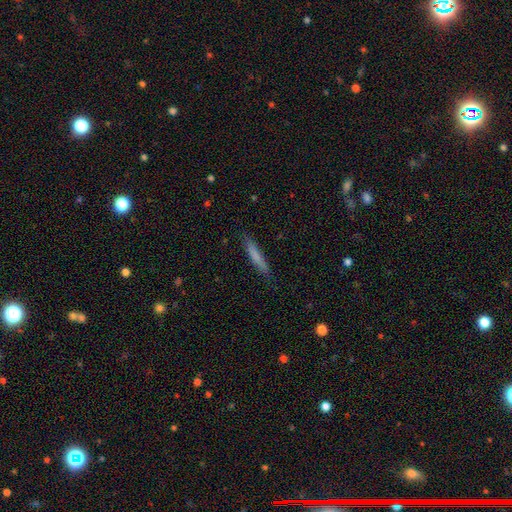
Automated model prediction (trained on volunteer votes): Smooth or featured?
  - smooth: 73% *
  - featured or disk: 21%
  - star or artifact: 6%
How rounded?
  - cigar-shaped: 94% *
  - in between: 5%
  - round: 1%
Merging?
  - none: 85% *
  - minor disturbance: 11%
  - major disturbance: 2%
  - merger: 1%